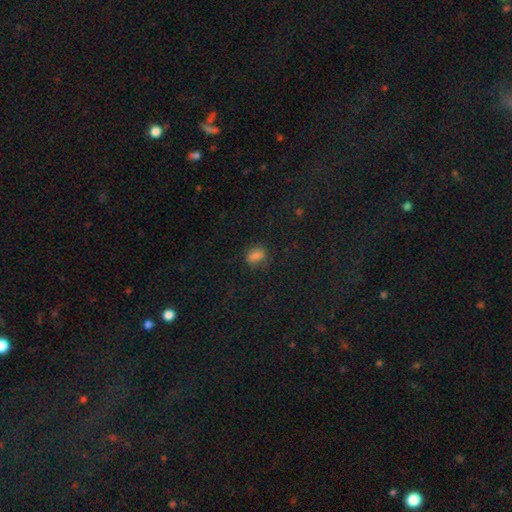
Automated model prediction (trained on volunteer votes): smooth_or_featured: smooth (p=0.77) [alt: star or artifact p=0.16]
how_rounded: in between (p=0.76) [alt: round p=0.20]
merging: none (p=0.76) [alt: minor disturbance p=0.17]